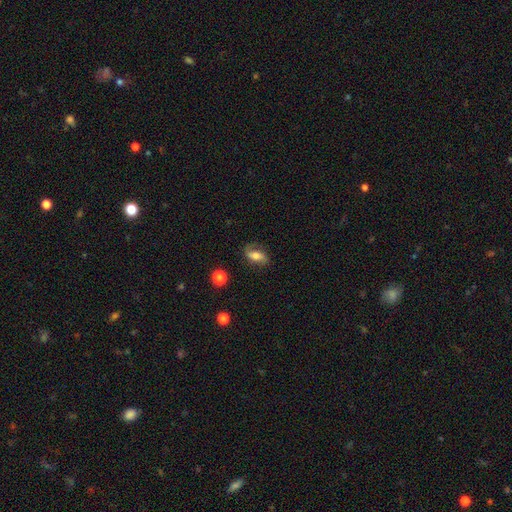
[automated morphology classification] type=featured or disk (59%); edge-on=no (93%); bar=no (45%); spiral arms=yes (88%); bulge=moderate (58%); merging=none (70%).